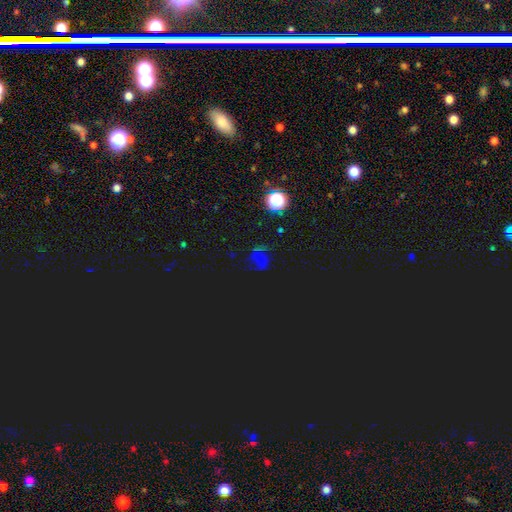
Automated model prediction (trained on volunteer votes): This is possibly a star or artifact rather than a galaxy (49%).